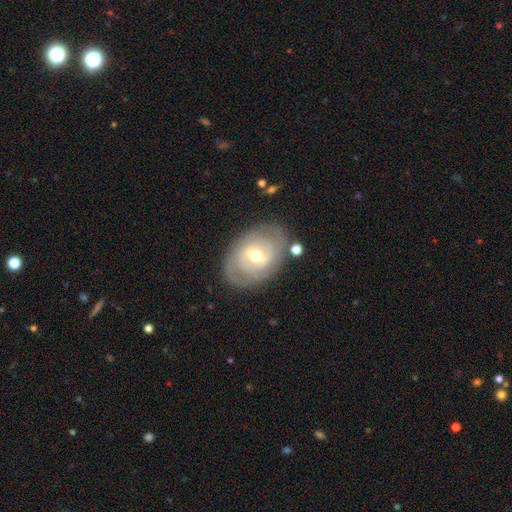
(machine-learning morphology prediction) Overall: featured or disk (81%). Edge-on disk: no (96%). Bar: weak (55%; no 25%). Spiral arms: yes (90%). Spiral arm count: 2 (50%; can't tell 26%). Spiral winding: tight (62%; medium 30%). Bulge size: moderate (59%; small 37%). Merging: none (79%).